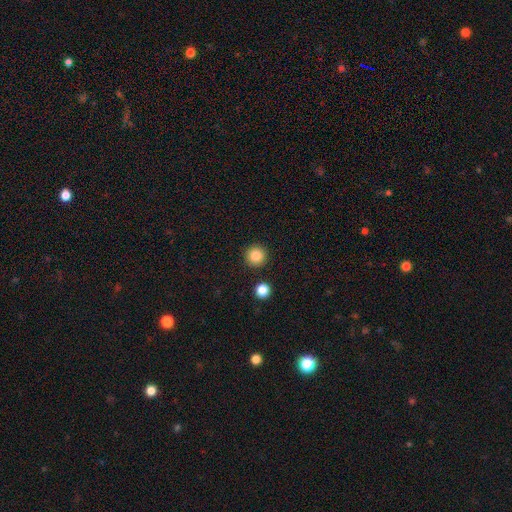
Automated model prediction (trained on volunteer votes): Smooth or featured?
  - smooth: 85% *
  - star or artifact: 10%
  - featured or disk: 5%
How rounded?
  - round: 96% *
  - in between: 3%
  - cigar-shaped: 1%
Merging?
  - none: 91% *
  - minor disturbance: 5%
  - merger: 2%
  - major disturbance: 2%